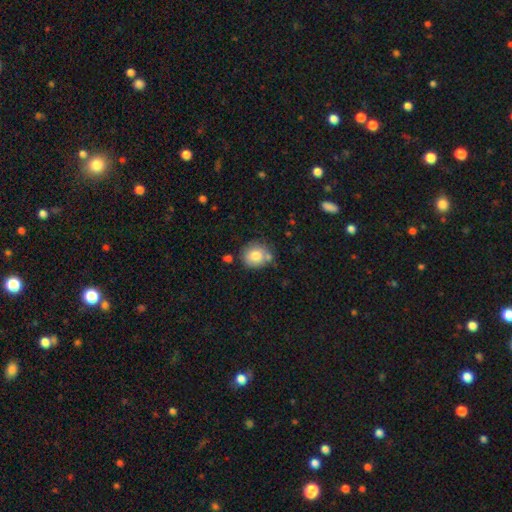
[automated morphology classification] This appears to be a smooth galaxy with no disk features (79%) that is round (82%). Merging: none (68%).